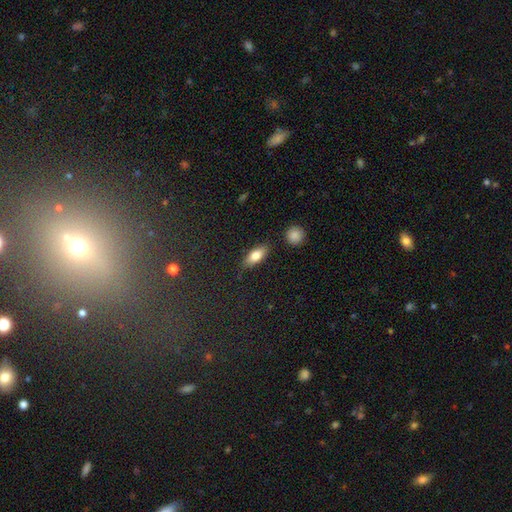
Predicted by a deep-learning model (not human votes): Q: Smooth or featured?
A: smooth (77%); runner-up: featured or disk (16%)
Q: How rounded?
A: in between (80%); runner-up: cigar-shaped (16%)
Q: Merging?
A: none (83%); runner-up: minor disturbance (12%)